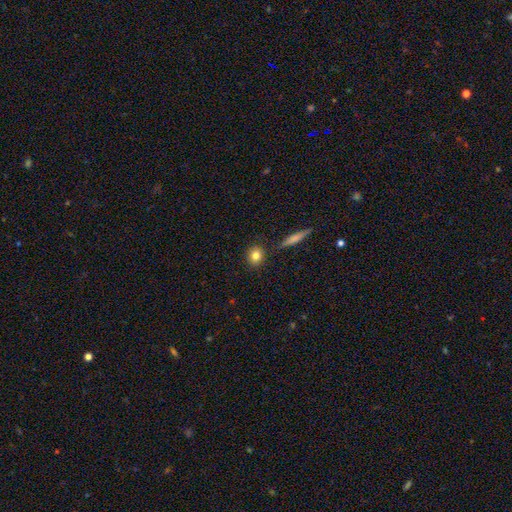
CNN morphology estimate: smooth_or_featured: smooth (p=0.82) [alt: star or artifact p=0.10]
how_rounded: round (p=0.78) [alt: in between p=0.20]
merging: none (p=0.87) [alt: minor disturbance p=0.08]